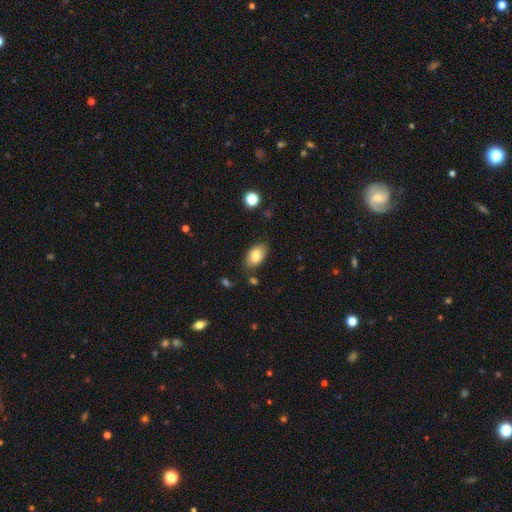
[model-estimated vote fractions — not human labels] Smooth or featured: smooth — 83% (featured or disk — 10%)
How rounded: in between — 92% (round — 6%)
Merging: none — 78% (minor disturbance — 15%)